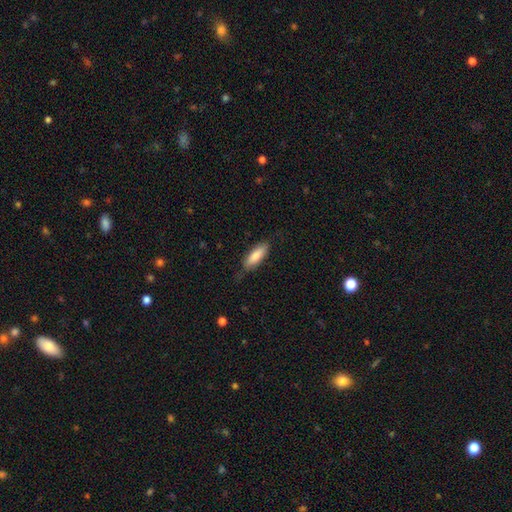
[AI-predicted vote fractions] Morphology: type=smooth (81%); roundness=in between (60%); merging=none (73%).